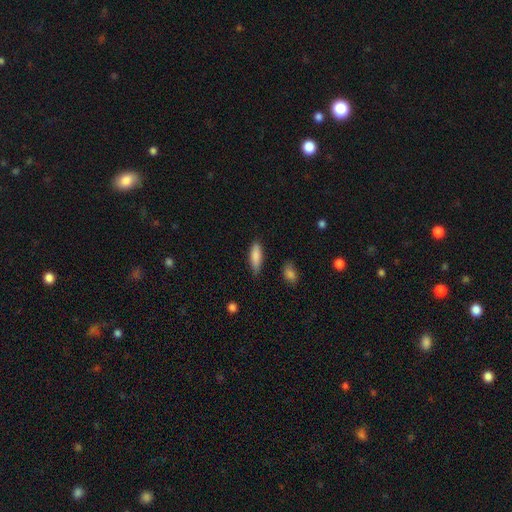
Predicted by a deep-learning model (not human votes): Morphology: type=smooth (85%); roundness=in between (50%); merging=none (75%).